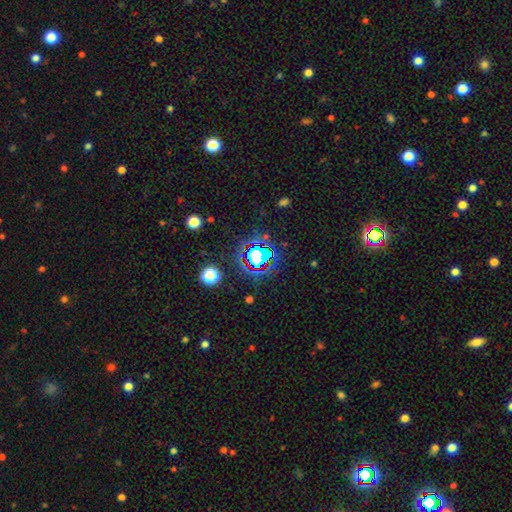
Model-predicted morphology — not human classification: smooth_or_featured: star or artifact (p=0.68) [alt: smooth p=0.19]